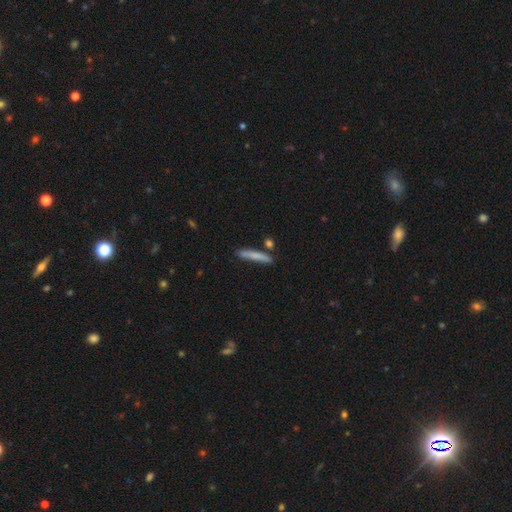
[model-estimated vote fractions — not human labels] Smooth or featured? Predicted: smooth (p=0.76). How rounded? Predicted: cigar-shaped (p=0.92). Merging? Predicted: none (p=0.75).